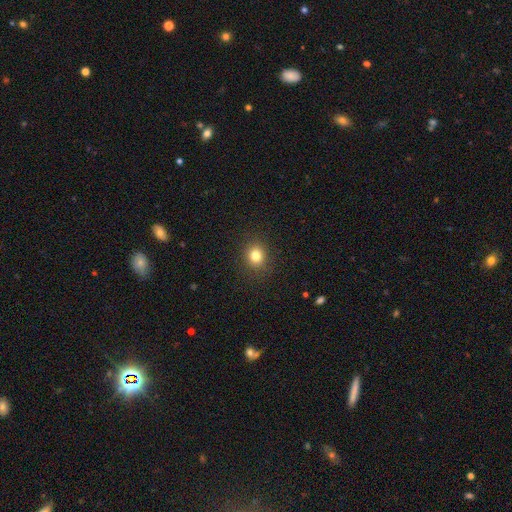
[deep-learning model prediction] Smooth or featured? Predicted: smooth (p=0.81). How rounded? Predicted: round (p=0.81). Merging? Predicted: none (p=0.90).